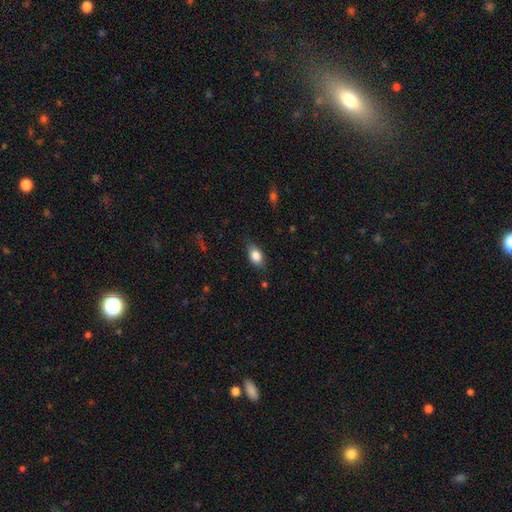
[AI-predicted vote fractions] A smooth galaxy with no disk features (83%) that is in between round and cigar-shaped (84%). Merging: none (77%).